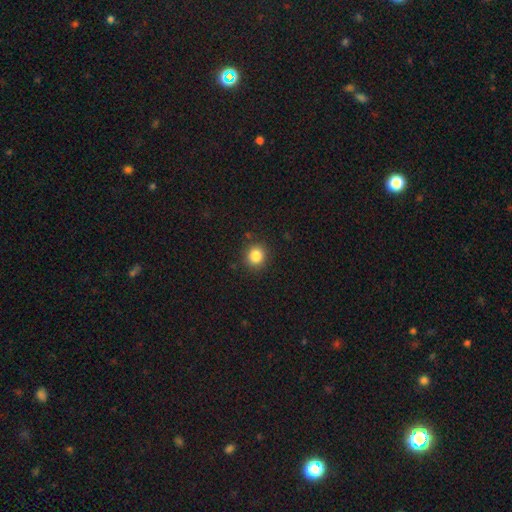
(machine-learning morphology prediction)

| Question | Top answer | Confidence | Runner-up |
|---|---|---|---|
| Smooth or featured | smooth | 85% | star or artifact (11%) |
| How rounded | round | 86% | in between (13%) |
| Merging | none | 89% | minor disturbance (8%) |